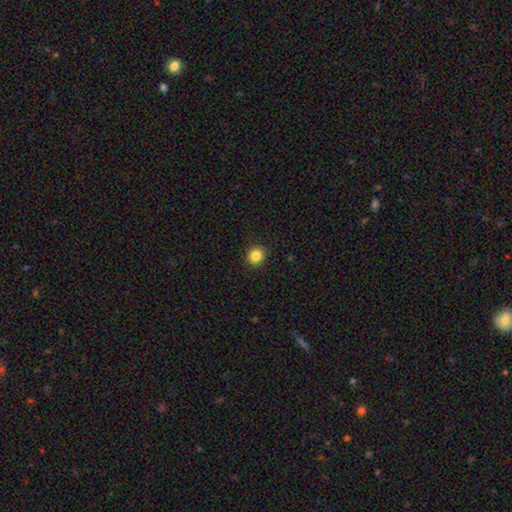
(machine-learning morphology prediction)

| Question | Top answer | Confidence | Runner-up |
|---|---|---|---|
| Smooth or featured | smooth | 86% | star or artifact (11%) |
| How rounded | round | 84% | in between (15%) |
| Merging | none | 92% | minor disturbance (6%) |